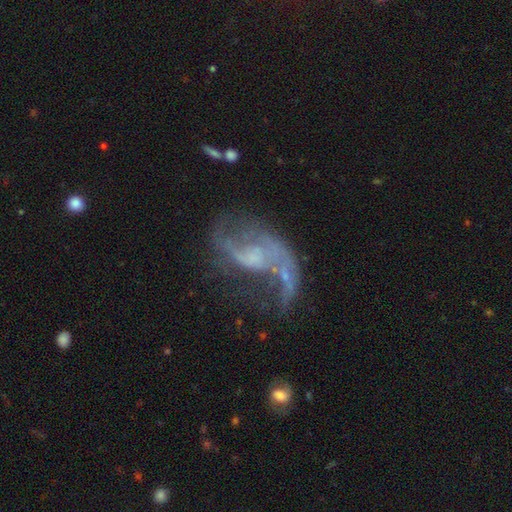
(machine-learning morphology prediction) This is clearly a featured or disk galaxy (80%). It is clearly not viewed edge-on (97%). Bar: possibly no (56%). Spiral arm pattern: clearly yes (82%). Spiral arm count: likely 2 (66%). Spiral winding: likely loose (69%). Central bulge: marginally none (41%). Merging: marginally none (37%).